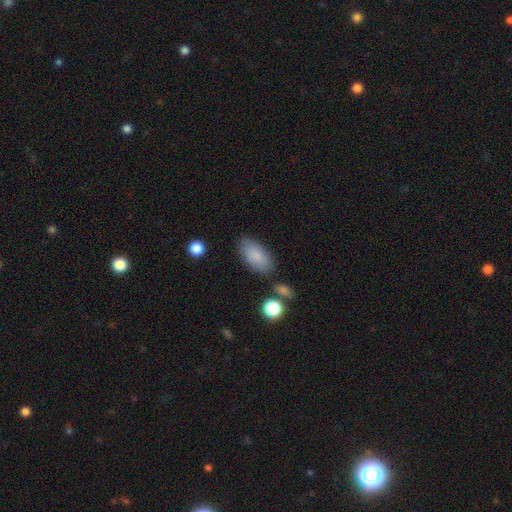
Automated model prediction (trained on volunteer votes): A smooth galaxy with no disk features (86%) that is in between round and cigar-shaped (92%). Merging: none (78%).